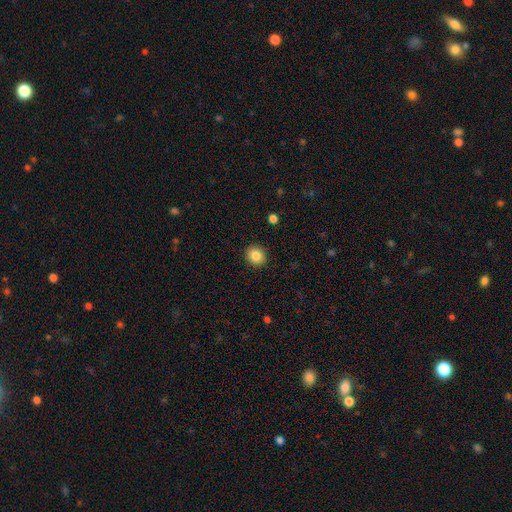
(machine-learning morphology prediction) smooth 85%, star or artifact 9%, featured or disk 6%. Down the decision tree: how rounded — round (83%); merging — none (92%).